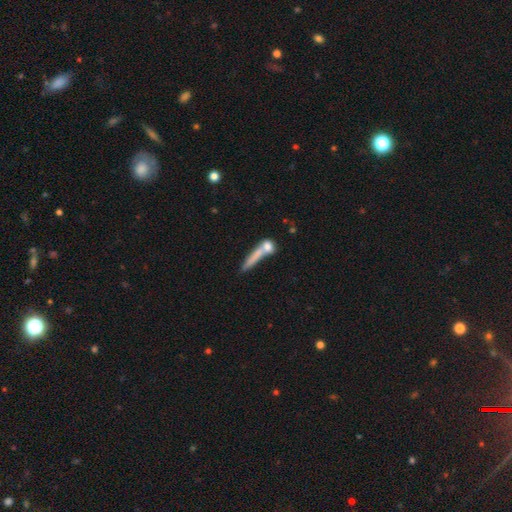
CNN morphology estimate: Smooth or featured? smooth (66%)
How rounded? cigar-shaped (75%)
Merging? none (42%)